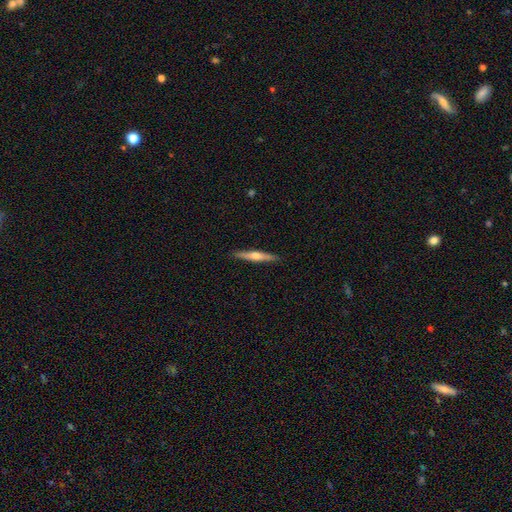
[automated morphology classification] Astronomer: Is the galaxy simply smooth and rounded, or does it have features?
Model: featured or disk — 59% (runner-up: smooth, 35%).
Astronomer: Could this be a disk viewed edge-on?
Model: yes — 97%.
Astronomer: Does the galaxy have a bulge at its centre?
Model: rounded — 89%.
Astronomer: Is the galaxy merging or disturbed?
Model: none — 91%.